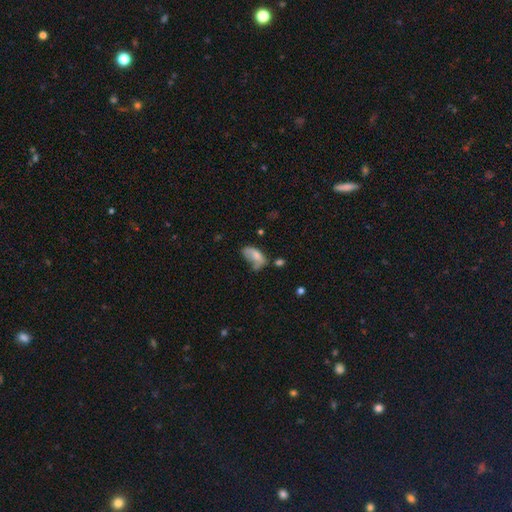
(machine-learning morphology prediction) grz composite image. It shows a smooth galaxy with no disk features (67%) that is in between round and cigar-shaped (90%). Merging: major disturbance (33%).